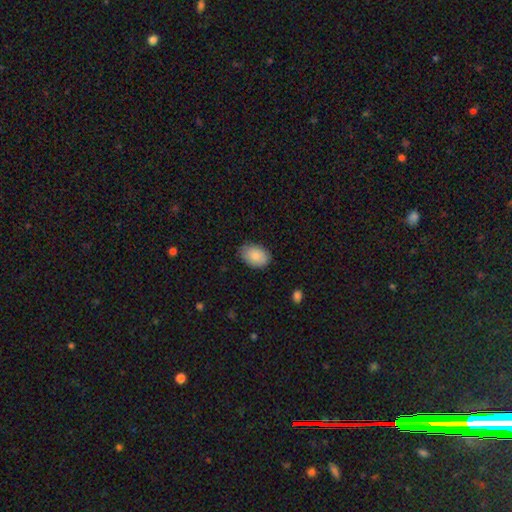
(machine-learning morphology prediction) type=smooth (85%); roundness=in between (84%); merging=none (80%).